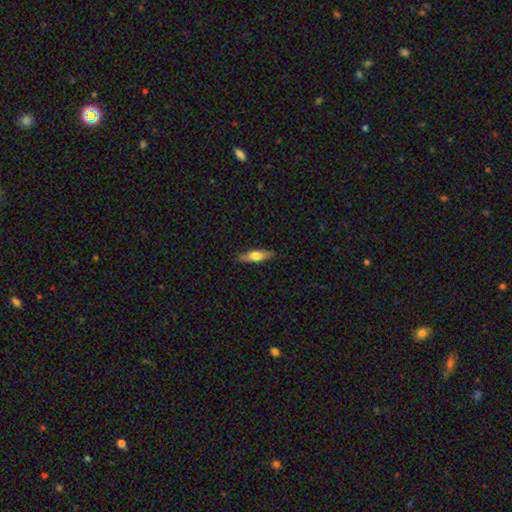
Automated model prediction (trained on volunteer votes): Smooth or featured?
  - smooth: 59% *
  - featured or disk: 35%
  - star or artifact: 6%
How rounded?
  - cigar-shaped: 56% *
  - in between: 41%
  - round: 3%
Merging?
  - none: 85% *
  - minor disturbance: 11%
  - major disturbance: 2%
  - merger: 1%